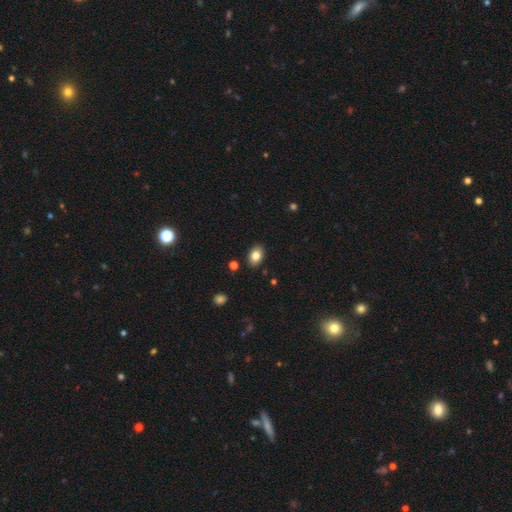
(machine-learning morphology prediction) A smooth galaxy with no disk features (83%) that is in between round and cigar-shaped (82%).

Vote fractions:
- Smooth or featured? smooth: 83% / featured or disk: 9% / star or artifact: 8%
- How rounded? in between: 82% / round: 17% / cigar-shaped: 1%
- Merging? none: 88% / minor disturbance: 9% / major disturbance: 2% / merger: 2%